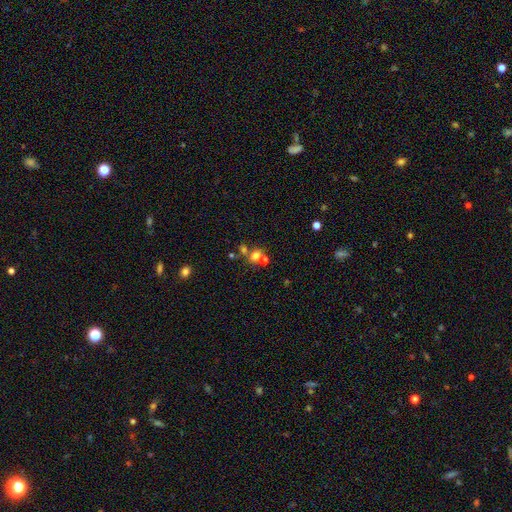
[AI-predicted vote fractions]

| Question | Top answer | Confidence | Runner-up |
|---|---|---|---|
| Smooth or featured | smooth | 67% | star or artifact (19%) |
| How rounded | round | 57% | in between (42%) |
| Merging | none | 43% | merger (42%) |